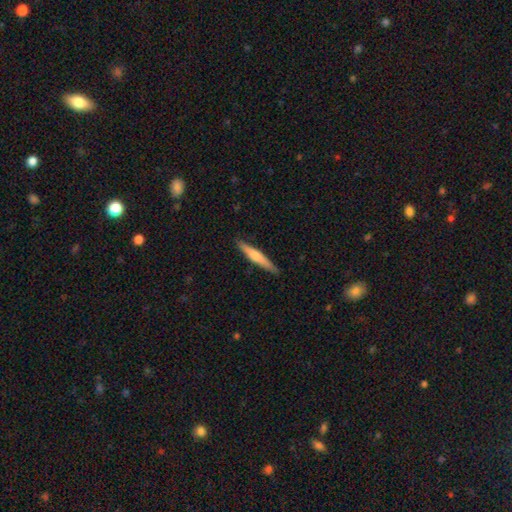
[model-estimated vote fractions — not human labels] Q: Smooth or featured?
A: smooth (55%); runner-up: featured or disk (40%)
Q: How rounded?
A: cigar-shaped (93%); runner-up: in between (5%)
Q: Merging?
A: none (89%); runner-up: minor disturbance (9%)